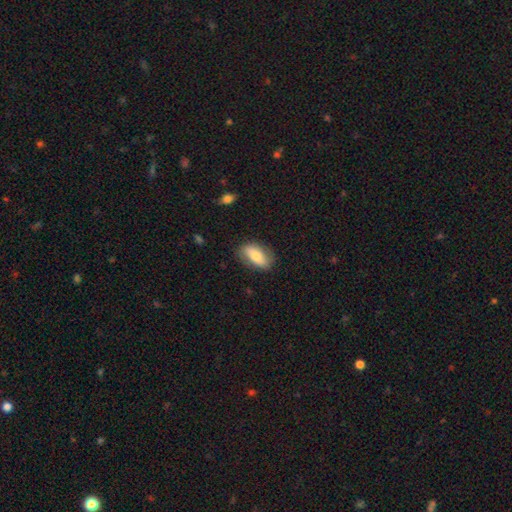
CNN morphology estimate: This appears to be a smooth galaxy with no disk features (68%) that is in between round and cigar-shaped (87%). Merging: none (79%).